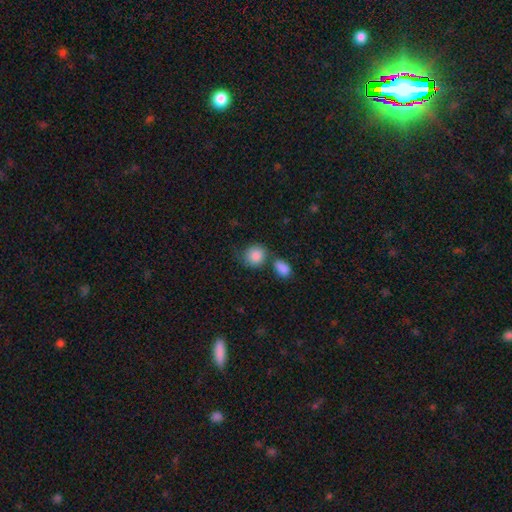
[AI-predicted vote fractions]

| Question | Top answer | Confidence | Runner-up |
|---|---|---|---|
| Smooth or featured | smooth | 87% | star or artifact (7%) |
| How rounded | round | 82% | in between (17%) |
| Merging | none | 53% | merger (25%) |